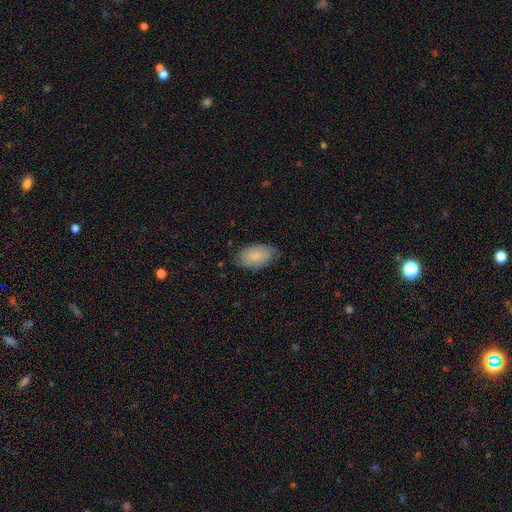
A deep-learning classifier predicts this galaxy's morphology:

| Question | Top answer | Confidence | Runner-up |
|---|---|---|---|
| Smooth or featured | smooth | 78% | featured or disk (15%) |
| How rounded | in between | 94% | round (5%) |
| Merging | none | 70% | minor disturbance (25%) |